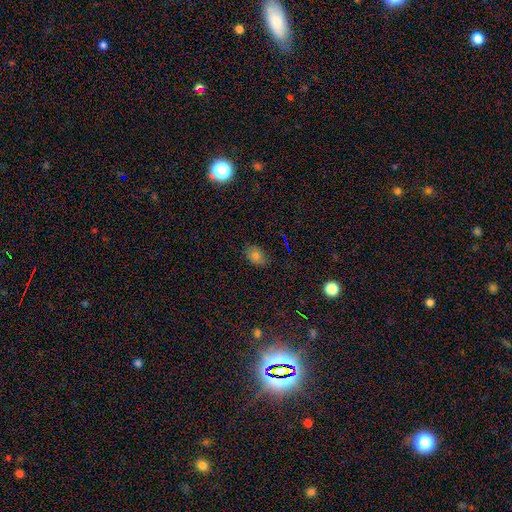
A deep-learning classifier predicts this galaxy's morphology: Q: Smooth or featured?
A: smooth (75%); runner-up: star or artifact (15%)
Q: How rounded?
A: in between (81%); runner-up: round (18%)
Q: Merging?
A: none (80%); runner-up: minor disturbance (15%)